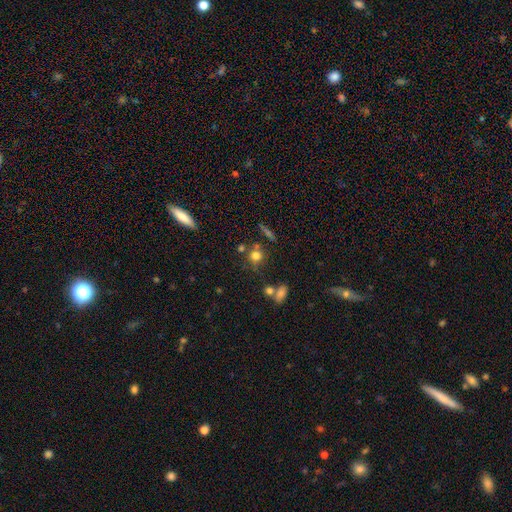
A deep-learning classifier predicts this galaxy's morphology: Smooth or featured? smooth (73%)
How rounded? round (84%)
Merging? none (64%)